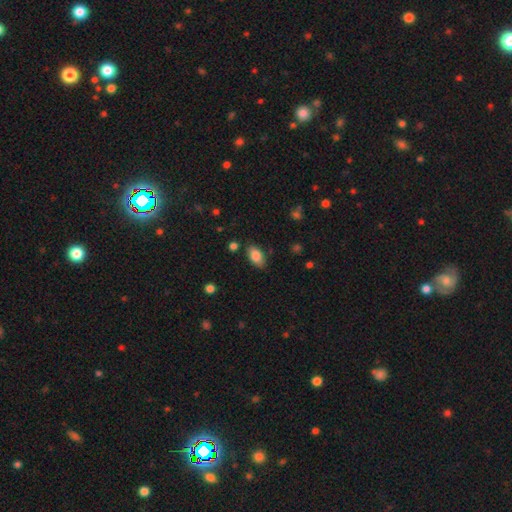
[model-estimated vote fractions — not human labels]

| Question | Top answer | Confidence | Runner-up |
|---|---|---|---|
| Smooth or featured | smooth | 85% | star or artifact (8%) |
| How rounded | in between | 92% | round (5%) |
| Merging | none | 81% | minor disturbance (14%) |